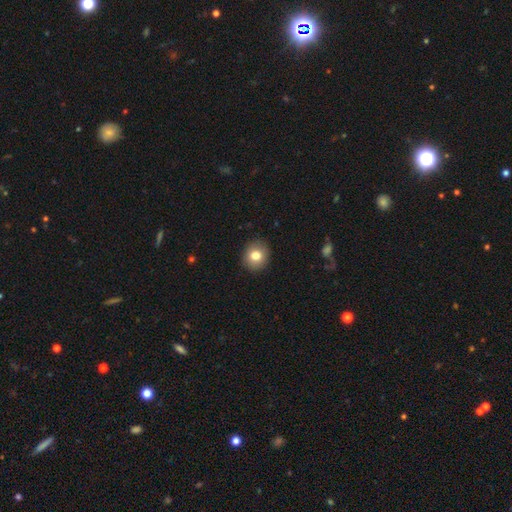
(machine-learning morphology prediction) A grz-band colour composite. It shows a smooth galaxy with no disk features (81%) that is round (82%). Merging: none (91%).